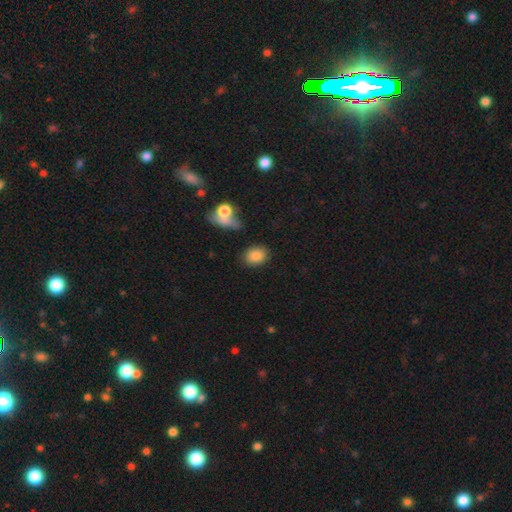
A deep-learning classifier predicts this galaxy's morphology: This is clearly a smooth galaxy (84%). How rounded: possibly in between (59%). Merging: likely none (80%).